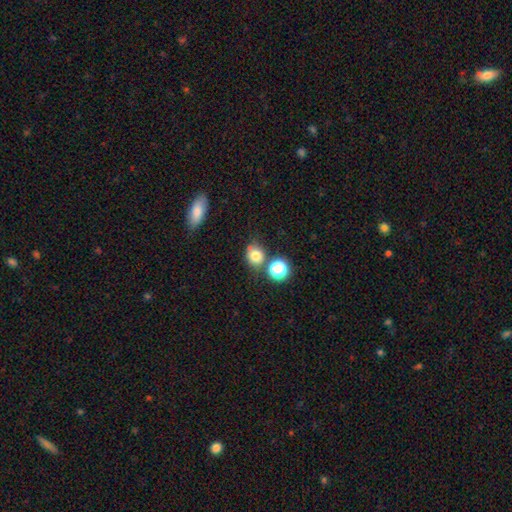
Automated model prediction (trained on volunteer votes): smooth-or-featured: smooth: 77% | star or artifact: 14% | featured or disk: 9%
  how-rounded: round: 69% | in between: 29% | cigar-shaped: 1%
  merging: none: 66% | minor disturbance: 15% | merger: 15% | major disturbance: 5%